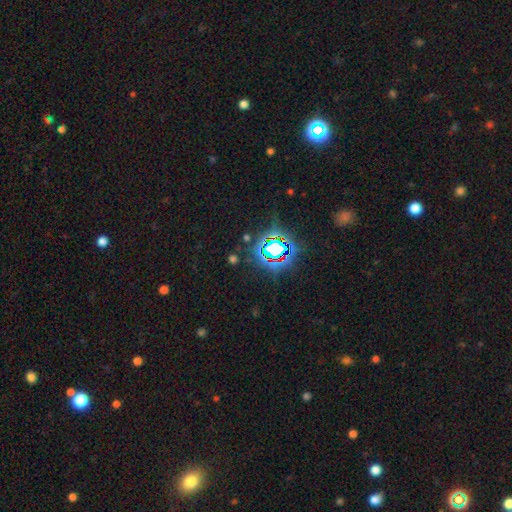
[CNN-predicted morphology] Smooth or featured: star or artifact — 78% (smooth — 14%)